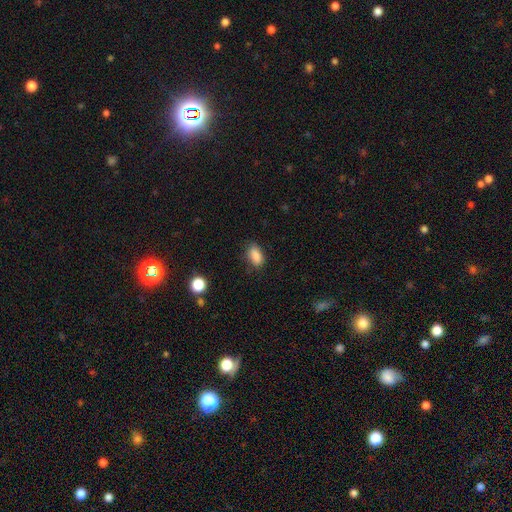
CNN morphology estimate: A smooth galaxy with no disk features (87%) that is in between round and cigar-shaped (89%). Merging: none (77%).